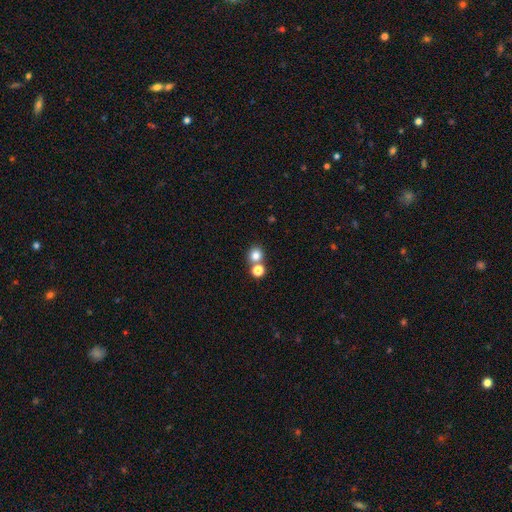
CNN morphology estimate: type=smooth (80%); roundness=round (86%); merging=none (59%).